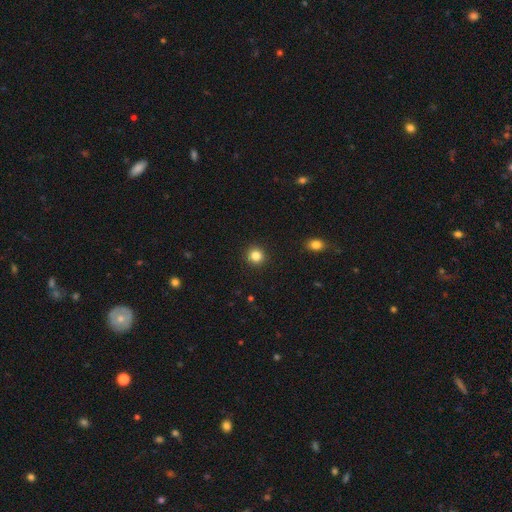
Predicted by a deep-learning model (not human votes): Q: Smooth or featured?
A: smooth (84%); runner-up: star or artifact (11%)
Q: How rounded?
A: round (93%); runner-up: in between (6%)
Q: Merging?
A: none (93%); runner-up: minor disturbance (5%)